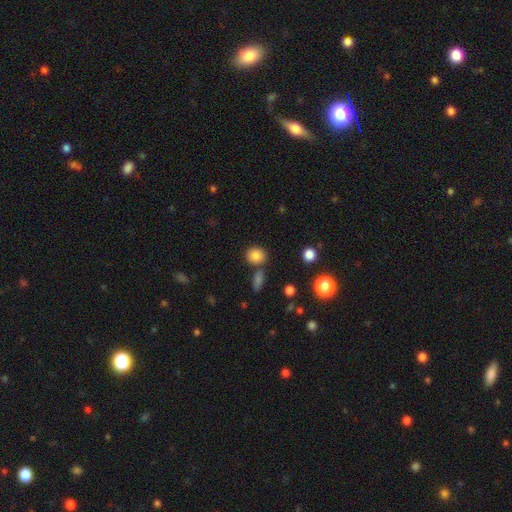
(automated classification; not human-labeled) This is clearly a smooth galaxy (84%). How rounded: likely round (73%). Merging: likely none (76%).